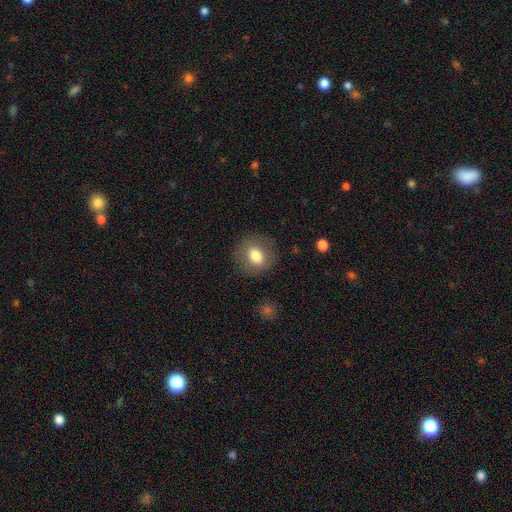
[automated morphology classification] Q: Smooth or featured?
A: smooth (74%); runner-up: featured or disk (18%)
Q: How rounded?
A: round (70%); runner-up: in between (29%)
Q: Merging?
A: none (85%); runner-up: minor disturbance (10%)